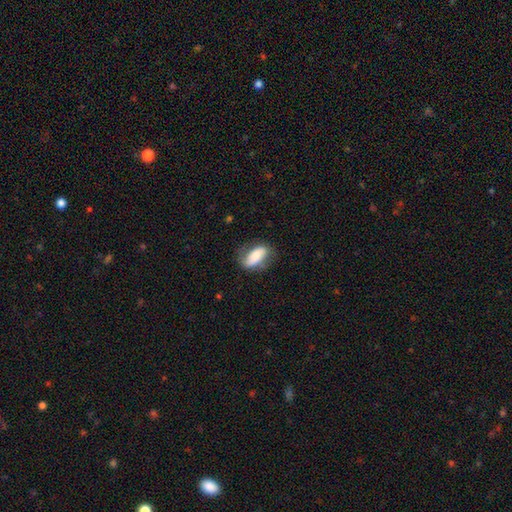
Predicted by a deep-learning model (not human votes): This is possibly a smooth galaxy (58%). How rounded: clearly in between (85%). Merging: likely none (66%).